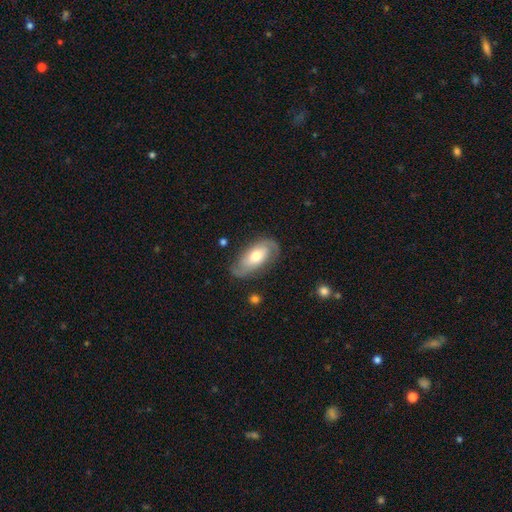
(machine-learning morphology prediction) Smooth or featured? featured or disk (64%)
Edge-on disk? no (91%)
Bar? no (64%)
Spiral arms? yes (86%)
Bulge size? moderate (67%)
Merging? none (73%)